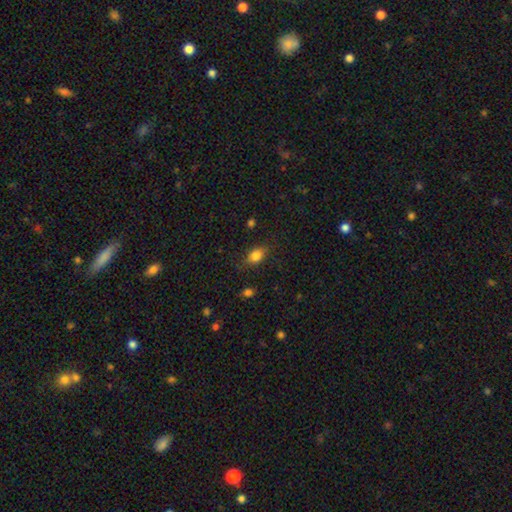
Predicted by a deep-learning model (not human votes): The model was most divided on "how rounded": in between: 73%, round: 23%, cigar-shaped: 4%. More confident: smooth or featured — smooth (81%); merging — none (76%).